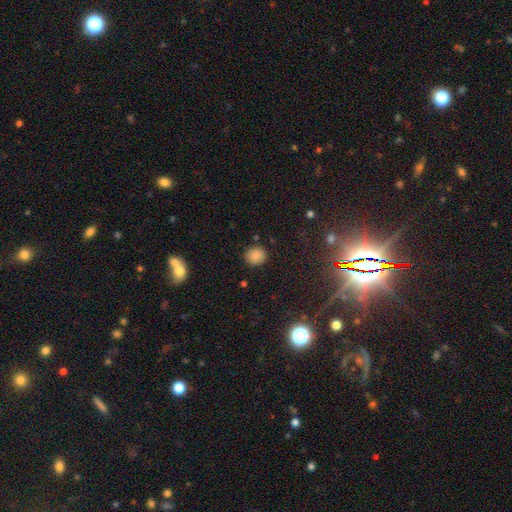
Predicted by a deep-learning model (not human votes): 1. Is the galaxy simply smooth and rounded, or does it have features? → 84% smooth, 12% star or artifact, 4% featured or disk.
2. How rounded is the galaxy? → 84% round, 15% in between, 1% cigar-shaped.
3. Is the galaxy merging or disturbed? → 88% none, 8% minor disturbance, 2% major disturbance, 2% merger.